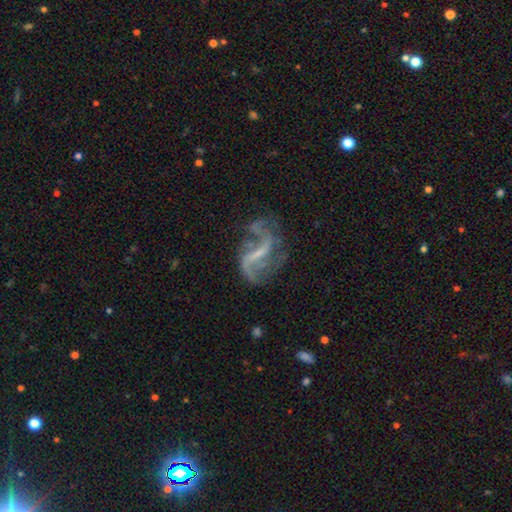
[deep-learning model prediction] smooth-or-featured: featured or disk: 84% | star or artifact: 8% | smooth: 7%
  disk-edge-on: no: 97% | yes: 3%
    bar: weak: 43% | strong: 39% | no: 19%
    has-spiral-arms: yes: 89% | no: 11%
      spiral-winding: loose: 76% | medium: 19% | tight: 5%
      spiral-arm-count: 2: 72% | can't tell: 9% | 3: 7% | 1: 6% | 4: 3% | more than 4: 3%
    bulge-size: none: 43% | small: 42% | moderate: 12% | large: 2% | dominant: 1%
  merging: none: 48% | major disturbance: 26% | minor disturbance: 20% | merger: 6%